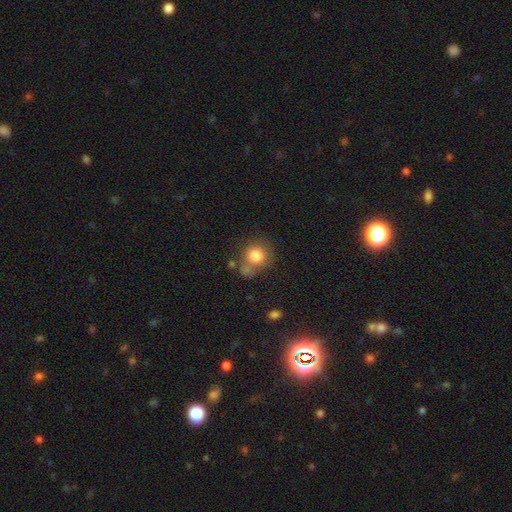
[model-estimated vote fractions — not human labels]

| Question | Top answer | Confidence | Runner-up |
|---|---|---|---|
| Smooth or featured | smooth | 81% | featured or disk (9%) |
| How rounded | round | 84% | in between (15%) |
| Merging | none | 54% | merger (19%) |